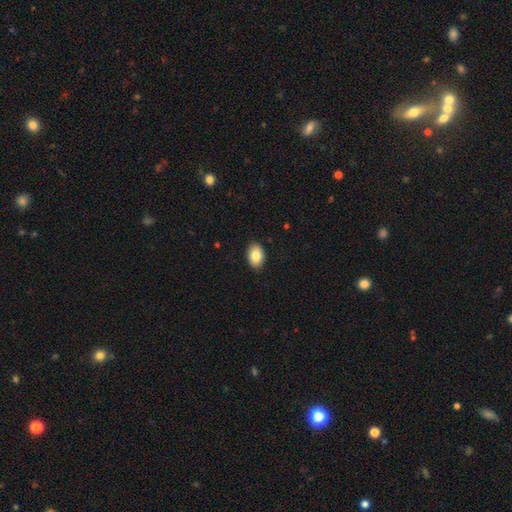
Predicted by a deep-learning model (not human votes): Q: Smooth or featured?
A: smooth (84%); runner-up: featured or disk (9%)
Q: How rounded?
A: in between (85%); runner-up: round (14%)
Q: Merging?
A: none (89%); runner-up: minor disturbance (8%)